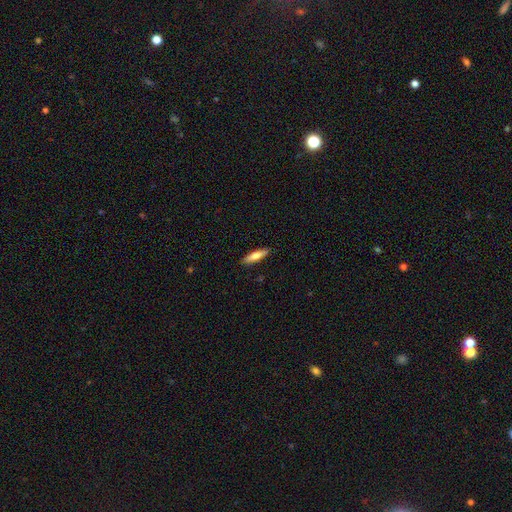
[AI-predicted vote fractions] Morphology: type=smooth (68%); roundness=cigar-shaped (76%); merging=none (89%).